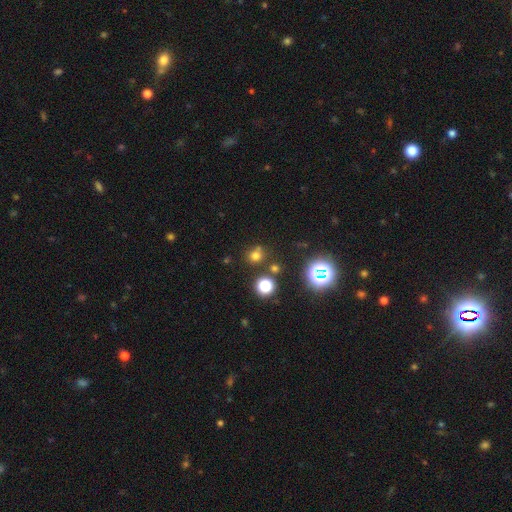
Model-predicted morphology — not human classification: Smooth or featured? Predicted: smooth (p=0.64). How rounded? Predicted: round (p=0.84). Merging? Predicted: none (p=0.73).